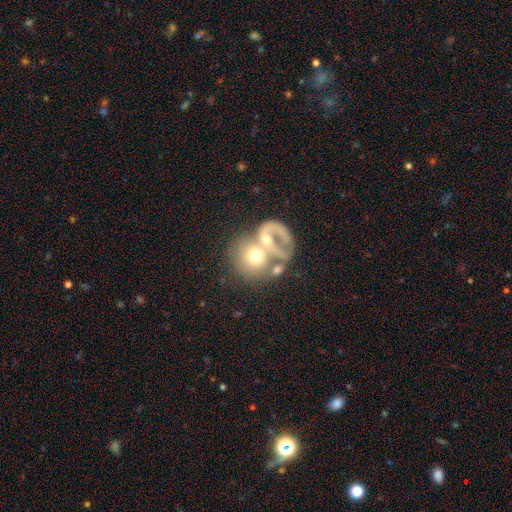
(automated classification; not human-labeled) Q: Smooth or featured?
A: smooth (45%); runner-up: featured or disk (44%)
Q: Merging?
A: merger (61%); runner-up: none (19%)